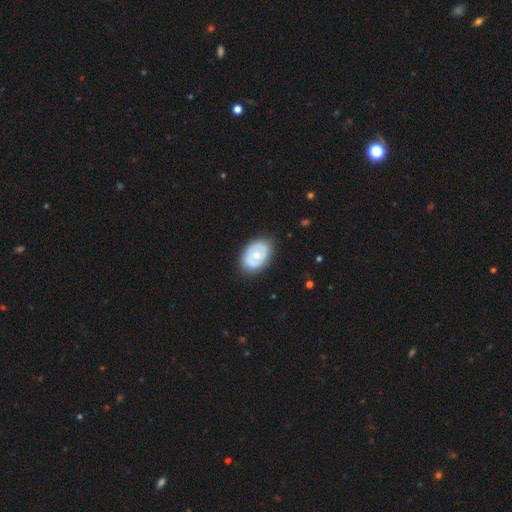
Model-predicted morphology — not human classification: Smooth or featured? Predicted: smooth (p=0.52). How rounded? Predicted: in between (p=0.81). Merging? Predicted: none (p=0.81).